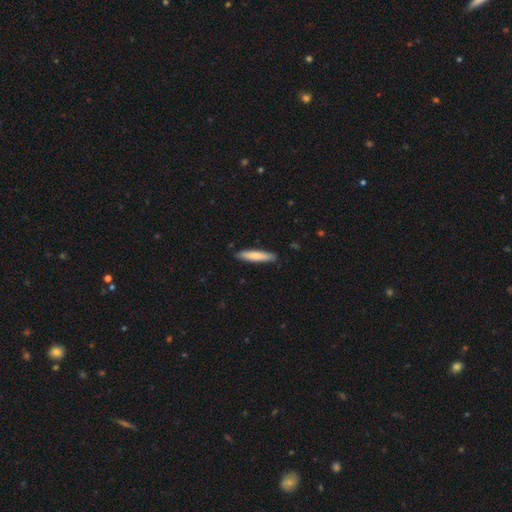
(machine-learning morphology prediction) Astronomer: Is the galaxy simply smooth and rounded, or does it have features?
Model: smooth — 77%.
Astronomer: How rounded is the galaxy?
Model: cigar-shaped — 88%.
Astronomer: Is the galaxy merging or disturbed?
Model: none — 88%.